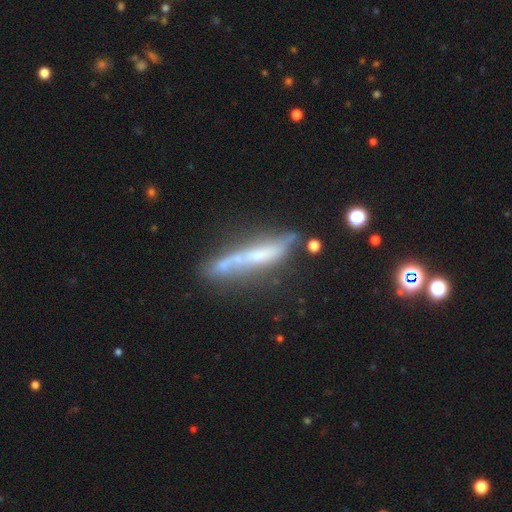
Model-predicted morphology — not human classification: Q: Smooth or featured?
A: featured or disk (63%); runner-up: smooth (29%)
Q: Edge-on disk?
A: yes (75%); runner-up: no (25%)
Q: Merging?
A: none (50%); runner-up: minor disturbance (25%)